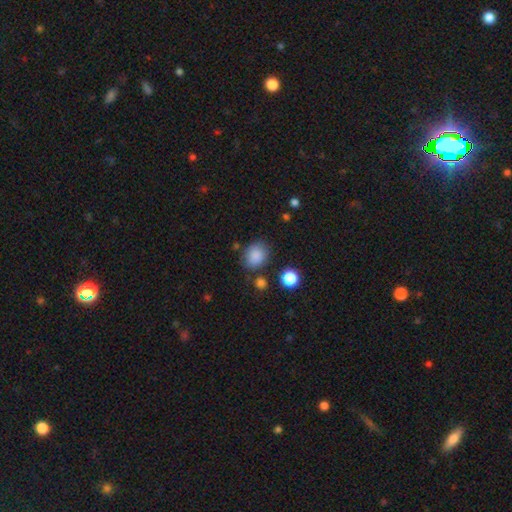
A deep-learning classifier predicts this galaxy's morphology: Smooth or featured? smooth (86%)
How rounded? round (54%)
Merging? none (75%)